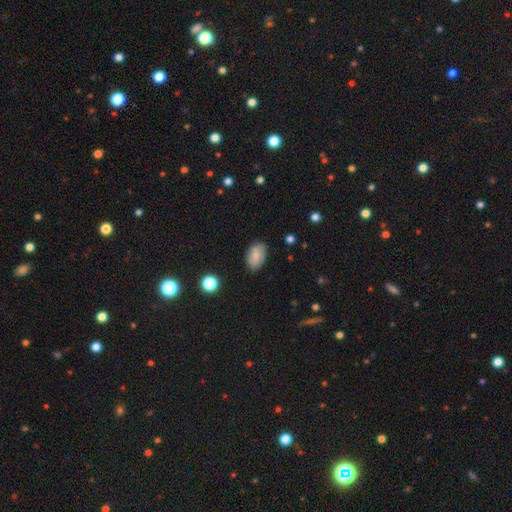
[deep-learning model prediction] This appears to be a smooth galaxy with no disk features (80%) that is in between round and cigar-shaped (90%). Merging: none (76%).